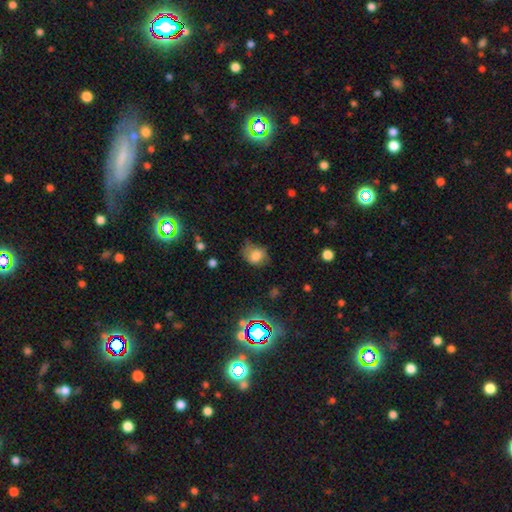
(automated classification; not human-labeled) This appears to be a smooth galaxy with no disk features (71%) that is in between round and cigar-shaped (50%). Merging: none (48%).